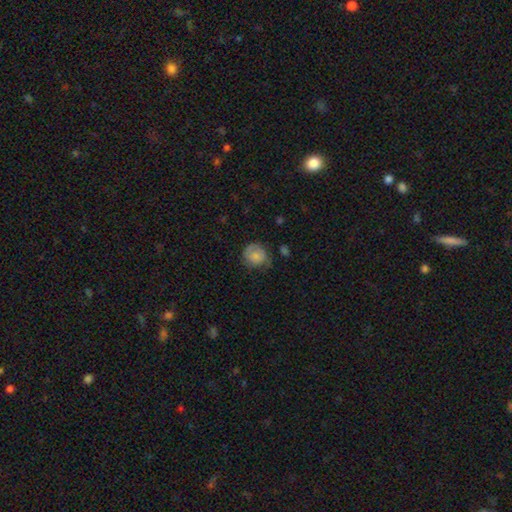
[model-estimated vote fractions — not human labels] smooth 76%, featured or disk 17%, star or artifact 8%. Down the decision tree: how rounded — round (82%); merging — none (57%).